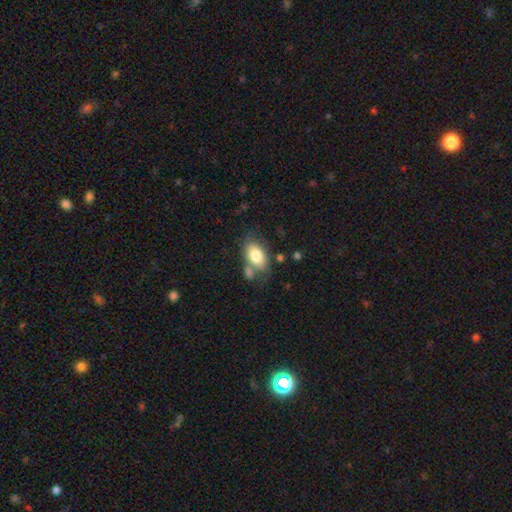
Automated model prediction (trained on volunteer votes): Q: Smooth or featured?
A: smooth (77%); runner-up: featured or disk (16%)
Q: How rounded?
A: in between (89%); runner-up: round (9%)
Q: Merging?
A: none (55%); runner-up: merger (19%)